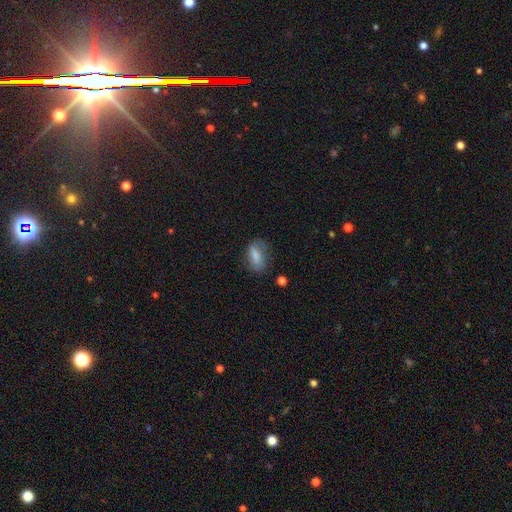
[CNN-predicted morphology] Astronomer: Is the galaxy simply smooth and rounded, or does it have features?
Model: smooth — 78%.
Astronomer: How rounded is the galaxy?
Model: in between — 85%.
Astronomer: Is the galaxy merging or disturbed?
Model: none — 62%.